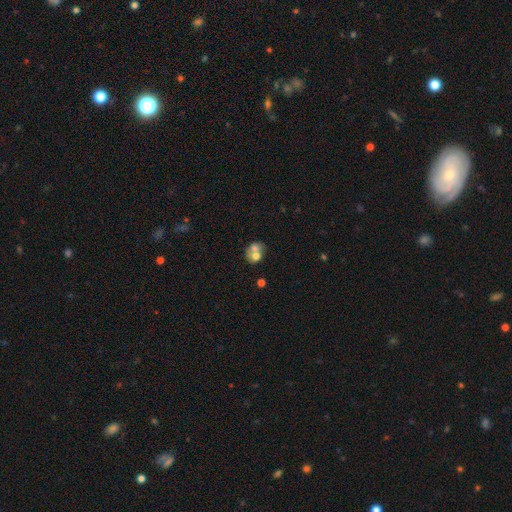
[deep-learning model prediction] Q: Smooth or featured?
A: smooth (61%); runner-up: featured or disk (29%)
Q: How rounded?
A: round (60%); runner-up: in between (39%)
Q: Merging?
A: merger (64%); runner-up: none (23%)